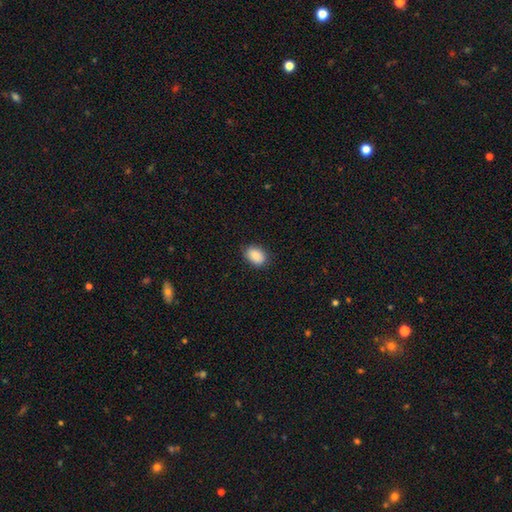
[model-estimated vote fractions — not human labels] Smooth or featured?
  - smooth: 88% *
  - star or artifact: 7%
  - featured or disk: 4%
How rounded?
  - in between: 82% *
  - round: 17%
  - cigar-shaped: 1%
Merging?
  - none: 83% *
  - minor disturbance: 13%
  - major disturbance: 3%
  - merger: 1%